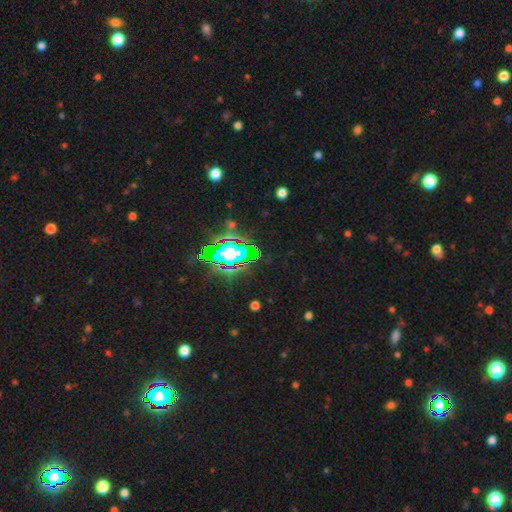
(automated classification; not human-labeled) smooth_or_featured: star or artifact (p=0.75) [alt: smooth p=0.13]